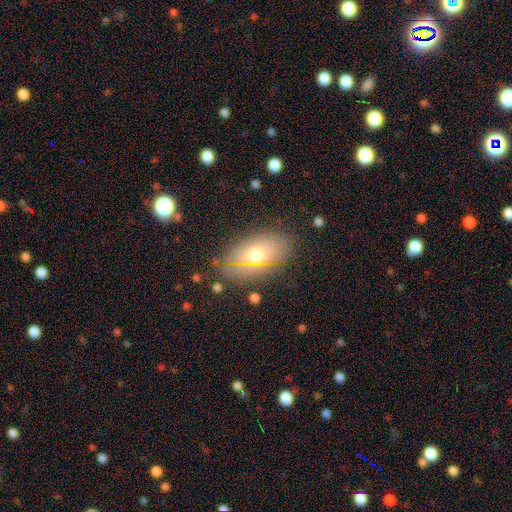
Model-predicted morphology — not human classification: smooth_or_featured: smooth (p=0.54) [alt: featured or disk p=0.31]
how_rounded: in between (p=0.87) [alt: round p=0.08]
merging: none (p=0.79) [alt: minor disturbance p=0.15]